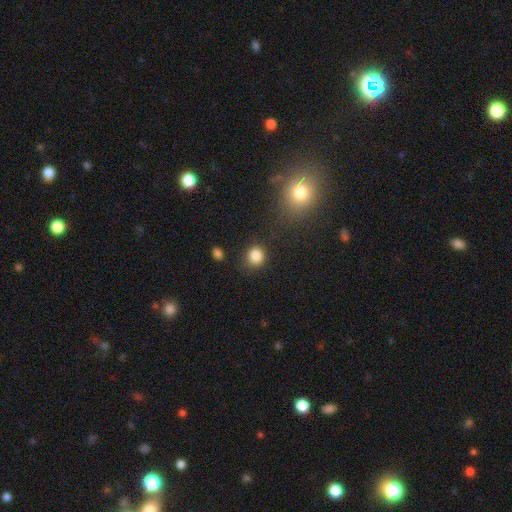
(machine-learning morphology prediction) Smooth or featured? Predicted: smooth (p=0.85). How rounded? Predicted: round (p=0.81). Merging? Predicted: none (p=0.80).